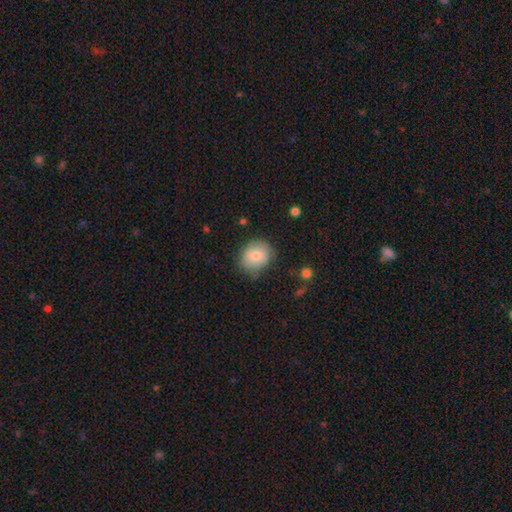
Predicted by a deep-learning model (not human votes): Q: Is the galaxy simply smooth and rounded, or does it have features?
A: smooth — 77%.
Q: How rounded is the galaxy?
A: round — 62%.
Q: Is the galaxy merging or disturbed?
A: none — 70%.